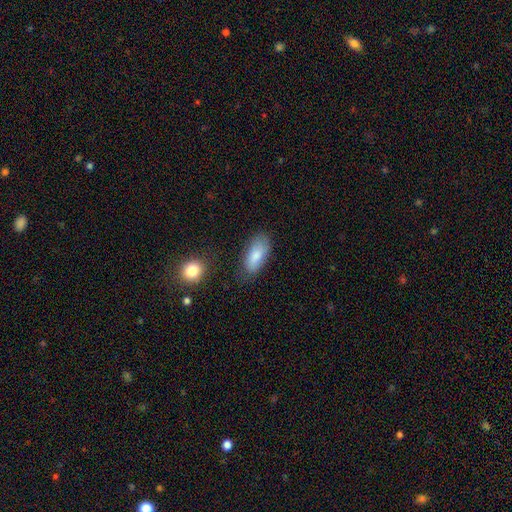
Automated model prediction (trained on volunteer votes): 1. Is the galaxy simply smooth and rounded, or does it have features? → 83% smooth, 10% featured or disk, 6% star or artifact.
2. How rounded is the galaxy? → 88% in between, 10% cigar-shaped, 2% round.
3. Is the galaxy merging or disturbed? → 73% none, 19% minor disturbance, 5% major disturbance, 4% merger.